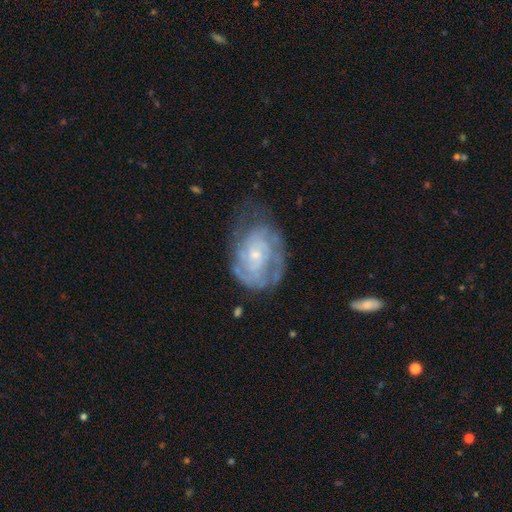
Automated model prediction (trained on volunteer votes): Overall: featured or disk (80%). Edge-on disk: no (97%). Bar: no (73%). Spiral arms: yes (90%). Spiral arm count: can't tell (45%; 2 22%). Spiral winding: tight (63%; medium 29%). Bulge size: small (72%). Merging: none (57%; minor disturbance 25%).